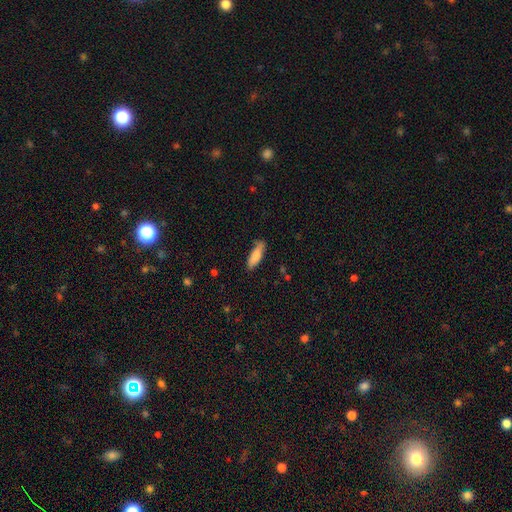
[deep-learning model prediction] The model was most divided on "how rounded" (2-way tie): cigar-shaped: 49%, in between: 49%, round: 2%. More confident: smooth or featured — smooth (80%); merging — none (76%).